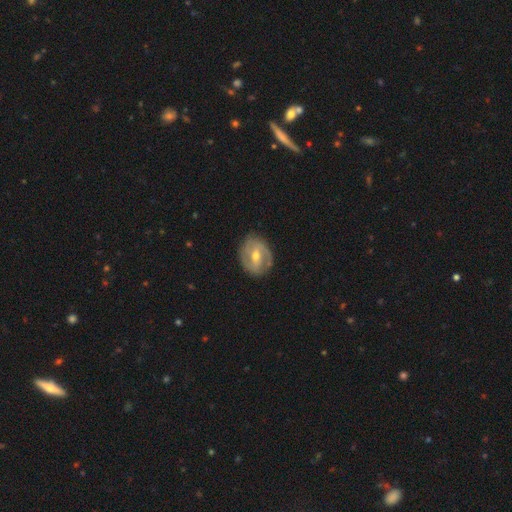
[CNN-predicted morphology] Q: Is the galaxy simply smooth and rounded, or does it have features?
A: featured or disk — 76%.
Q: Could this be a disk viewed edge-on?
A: no — 96%.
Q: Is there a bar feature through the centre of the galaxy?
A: weak — 47%.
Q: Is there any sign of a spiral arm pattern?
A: yes — 80%.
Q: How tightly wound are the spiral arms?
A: medium — 41%.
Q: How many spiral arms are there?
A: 2 — 77%.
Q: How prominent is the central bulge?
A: moderate — 67%.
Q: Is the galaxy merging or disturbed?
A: none — 80%.